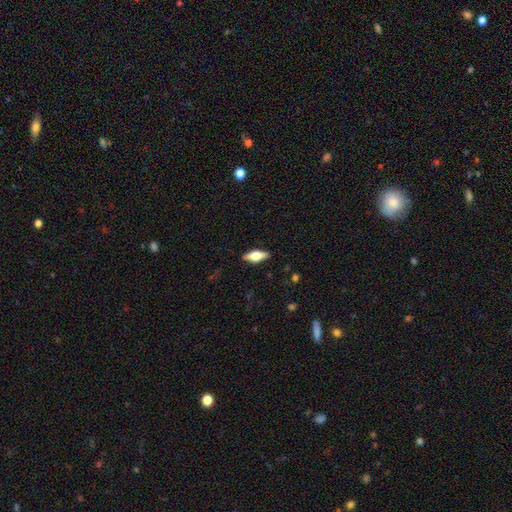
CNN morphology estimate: Smooth or featured? Predicted: smooth (p=0.50). Merging? Predicted: none (p=0.87).